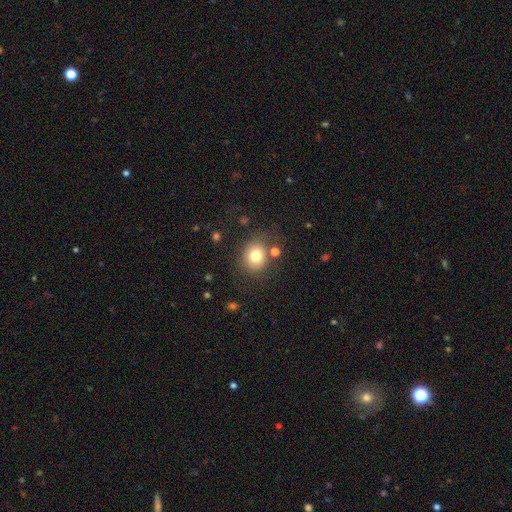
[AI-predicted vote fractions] The model was most divided on "how rounded": round: 73%, in between: 26%, cigar-shaped: 1%. More confident: smooth or featured — smooth (77%); merging — none (74%).